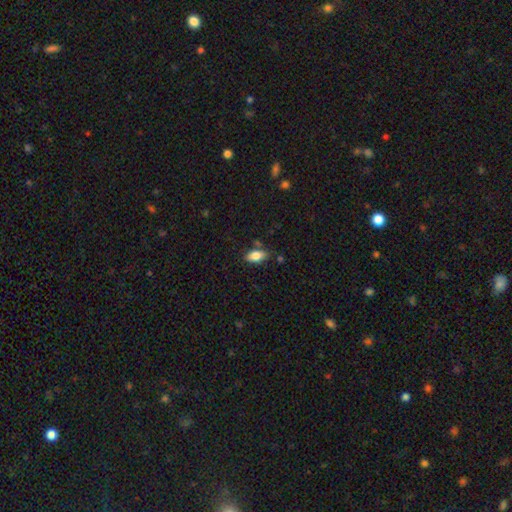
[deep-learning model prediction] Smooth or featured: smooth — 82% (featured or disk — 10%)
How rounded: in between — 89% (cigar-shaped — 7%)
Merging: none — 76% (minor disturbance — 16%)